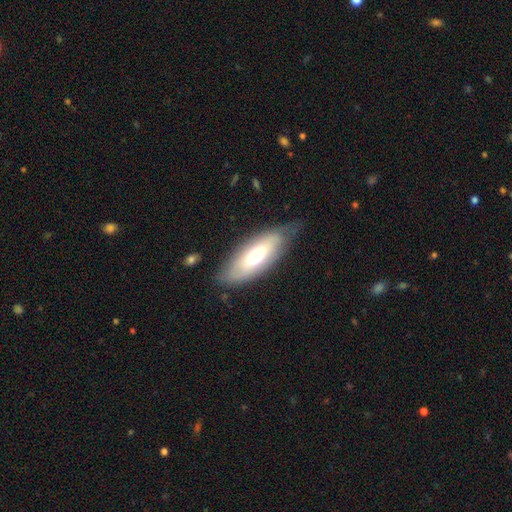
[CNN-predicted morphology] Q: Smooth or featured?
A: smooth (55%); runner-up: featured or disk (38%)
Q: How rounded?
A: in between (73%); runner-up: cigar-shaped (25%)
Q: Merging?
A: none (65%); runner-up: minor disturbance (25%)